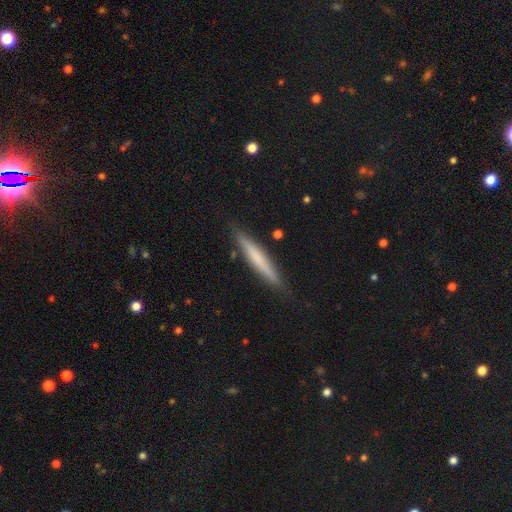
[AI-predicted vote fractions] Morphology: type=smooth (55%); roundness=cigar-shaped (95%); merging=none (88%).